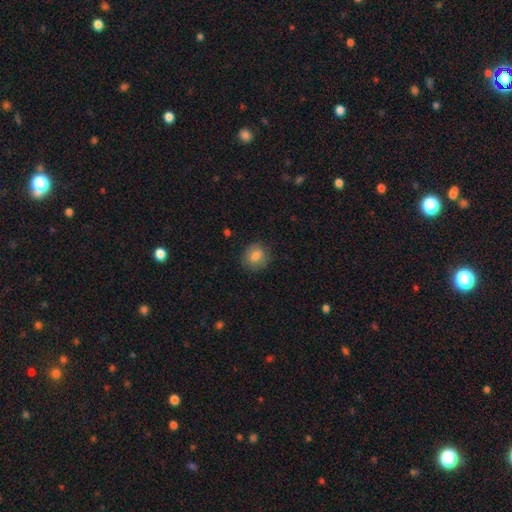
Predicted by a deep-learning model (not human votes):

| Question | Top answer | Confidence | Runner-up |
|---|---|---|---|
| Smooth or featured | smooth | 81% | featured or disk (10%) |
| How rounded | round | 75% | in between (24%) |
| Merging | none | 84% | minor disturbance (11%) |